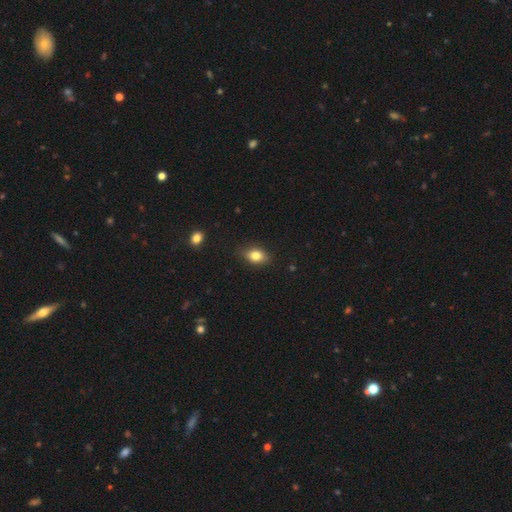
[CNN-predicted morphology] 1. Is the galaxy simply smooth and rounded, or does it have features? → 81% smooth, 10% featured or disk, 9% star or artifact.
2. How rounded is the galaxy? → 79% in between, 18% round, 3% cigar-shaped.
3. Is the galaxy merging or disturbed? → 82% none, 14% minor disturbance, 3% major disturbance, 1% merger.